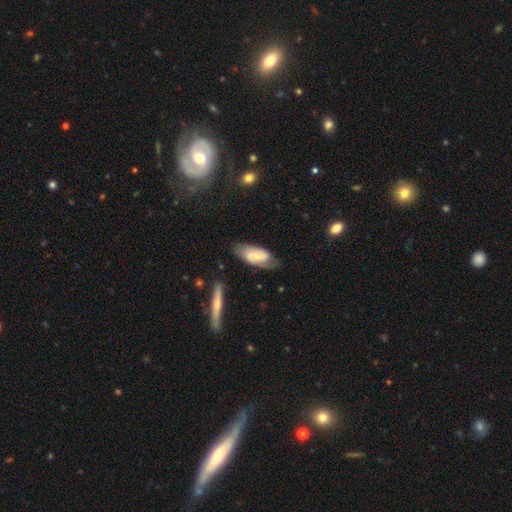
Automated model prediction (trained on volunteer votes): Q: Smooth or featured?
A: featured or disk (53%); runner-up: smooth (40%)
Q: Edge-on disk?
A: no (90%); runner-up: yes (10%)
Q: Merging?
A: none (61%); runner-up: minor disturbance (25%)